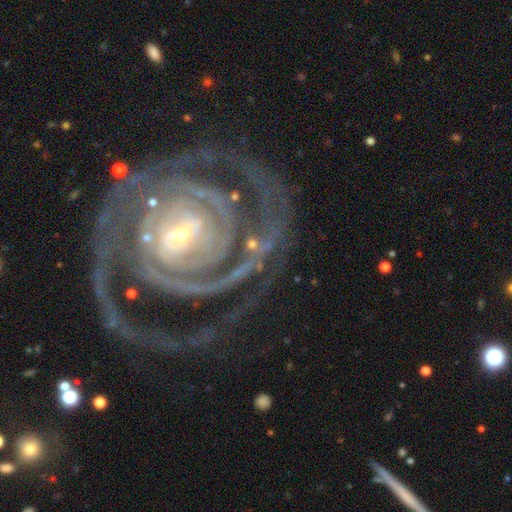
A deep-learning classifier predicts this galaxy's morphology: featured or disk 91%, star or artifact 5%, smooth 4%. Down the decision tree: edge-on disk — no (97%); bar — weak (38%); spiral arms — yes (97%); spiral arm count — 2 (45%); spiral winding — tight (74%); bulge size — small (67%); merging — none (70%).